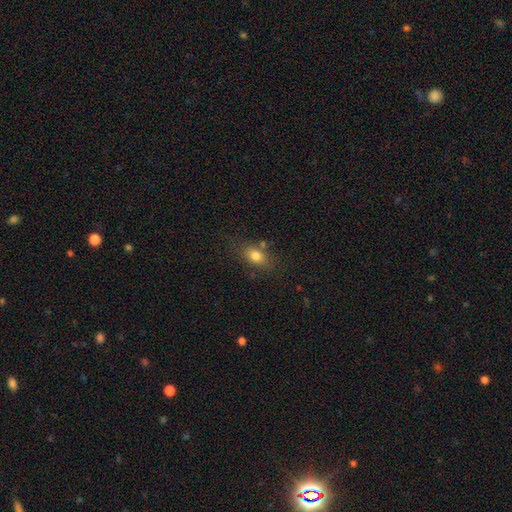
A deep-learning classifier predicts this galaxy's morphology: Overall: smooth (79%). How rounded: in between (77%). Merging: none (70%).